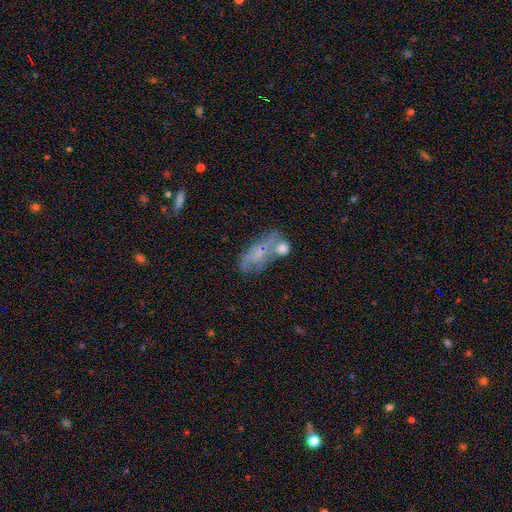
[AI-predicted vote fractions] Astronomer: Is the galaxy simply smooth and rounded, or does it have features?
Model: smooth — 52% (runner-up: featured or disk, 37%).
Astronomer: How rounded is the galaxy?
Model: in between — 81%.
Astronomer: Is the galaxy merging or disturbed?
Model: merger — 32% (runner-up: none, 31%).